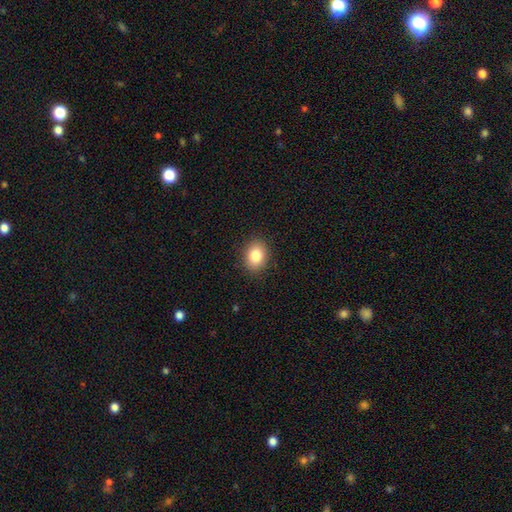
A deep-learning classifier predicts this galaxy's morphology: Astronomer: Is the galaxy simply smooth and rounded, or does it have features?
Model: smooth — 84%.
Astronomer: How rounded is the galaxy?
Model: in between — 59% (runner-up: round, 40%).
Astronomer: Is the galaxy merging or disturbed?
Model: none — 89%.